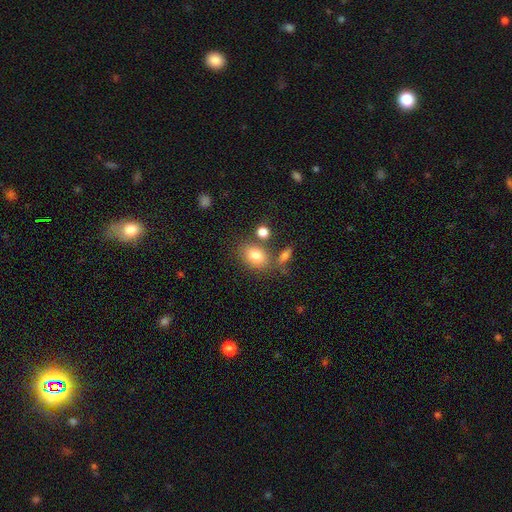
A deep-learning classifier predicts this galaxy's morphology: A smooth galaxy with no disk features (80%) that is in between round and cigar-shaped (73%). Merging: none (66%).